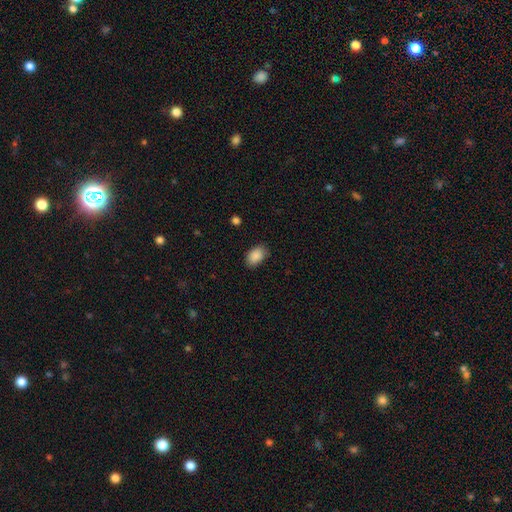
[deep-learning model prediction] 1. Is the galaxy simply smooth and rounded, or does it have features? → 90% smooth, 7% star or artifact, 3% featured or disk.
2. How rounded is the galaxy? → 89% in between, 9% round, 1% cigar-shaped.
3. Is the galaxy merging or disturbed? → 82% none, 14% minor disturbance, 3% major disturbance, 1% merger.